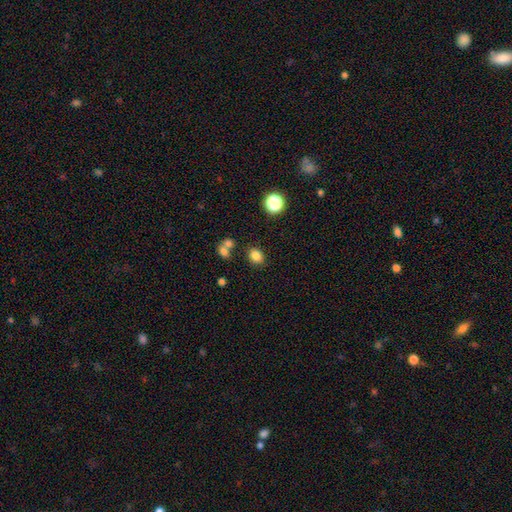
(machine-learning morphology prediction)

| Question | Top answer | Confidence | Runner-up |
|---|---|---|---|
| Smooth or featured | smooth | 81% | star or artifact (13%) |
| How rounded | in between | 55% | round (44%) |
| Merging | none | 77% | minor disturbance (10%) |